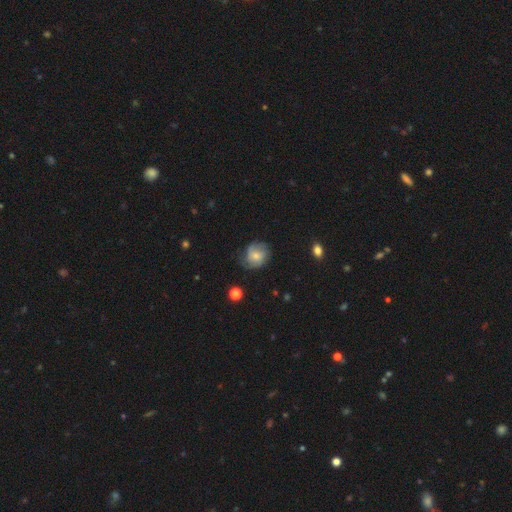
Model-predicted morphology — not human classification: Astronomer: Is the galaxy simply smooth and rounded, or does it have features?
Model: smooth — 49% (runner-up: featured or disk, 43%).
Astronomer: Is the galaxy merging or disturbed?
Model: none — 61%.